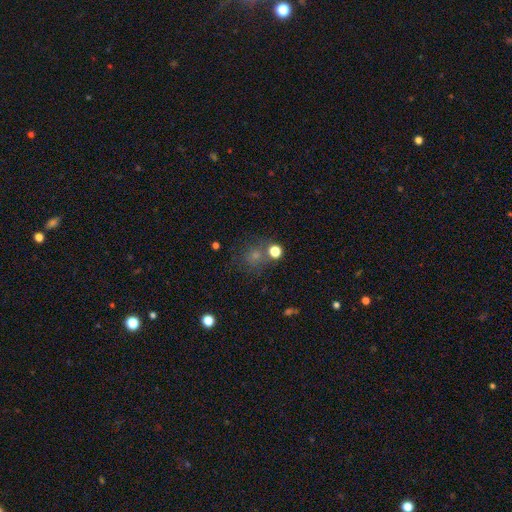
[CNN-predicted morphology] Smooth or featured: smooth — 64% (star or artifact — 25%)
How rounded: round — 85% (in between — 14%)
Merging: none — 68% (merger — 13%)